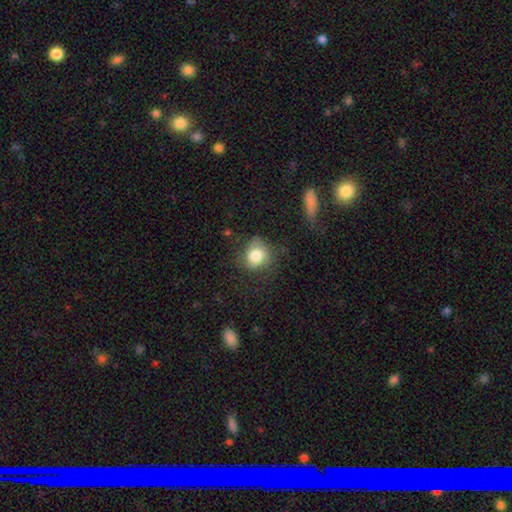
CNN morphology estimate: Smooth or featured: smooth — 79% (featured or disk — 12%)
How rounded: round — 78% (in between — 21%)
Merging: none — 67% (minor disturbance — 21%)